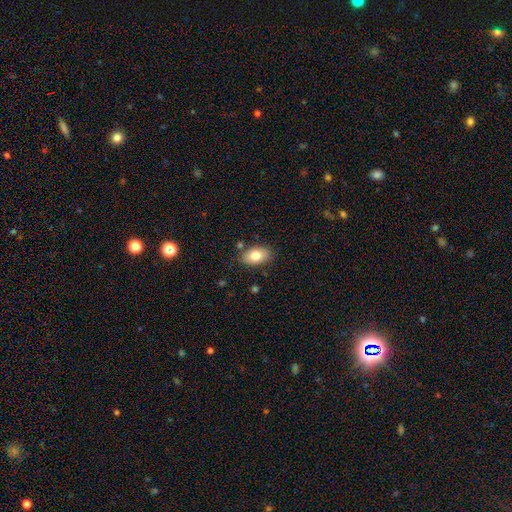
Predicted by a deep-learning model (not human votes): Morphology: type=smooth (79%); roundness=in between (89%); merging=none (81%).